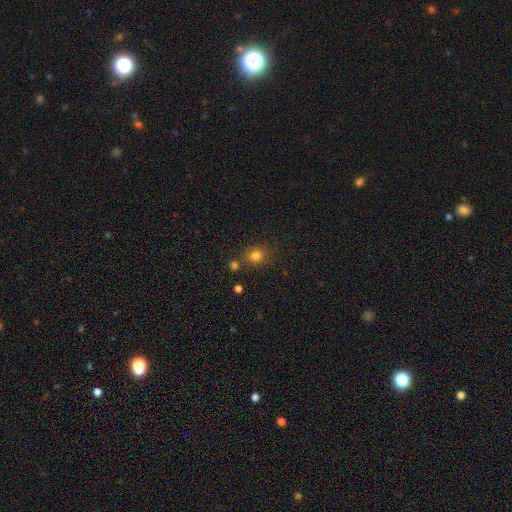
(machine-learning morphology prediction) Smooth or featured: smooth — 79% (star or artifact — 15%)
How rounded: round — 79% (in between — 20%)
Merging: none — 73% (merger — 12%)